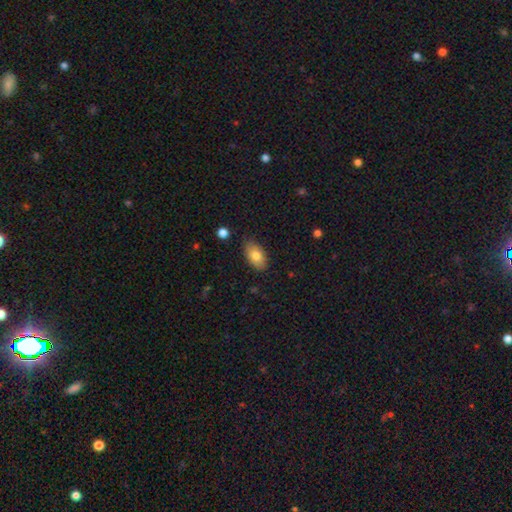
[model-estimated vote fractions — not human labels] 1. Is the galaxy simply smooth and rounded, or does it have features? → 80% smooth, 13% featured or disk, 7% star or artifact.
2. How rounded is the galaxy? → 92% in between, 6% round, 2% cigar-shaped.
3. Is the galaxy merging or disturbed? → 82% none, 14% minor disturbance, 2% major disturbance, 1% merger.